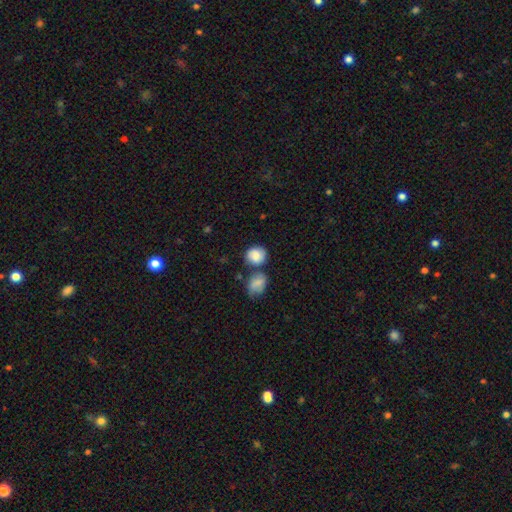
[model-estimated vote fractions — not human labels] This appears to be a smooth galaxy with no disk features (80%) that is round (72%). Merging: none (54%).